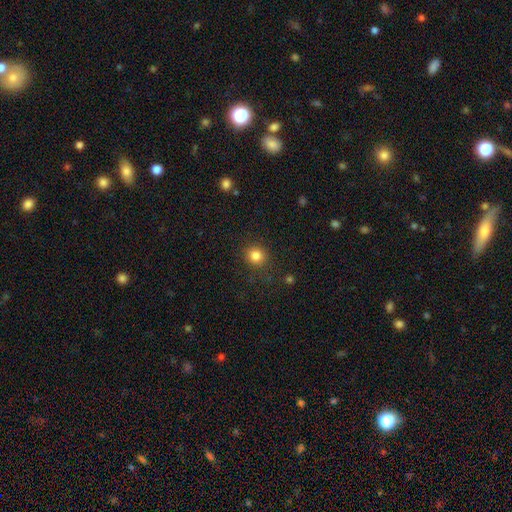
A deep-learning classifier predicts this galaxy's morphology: Smooth or featured? Predicted: smooth (p=0.83). How rounded? Predicted: round (p=0.88). Merging? Predicted: none (p=0.88).